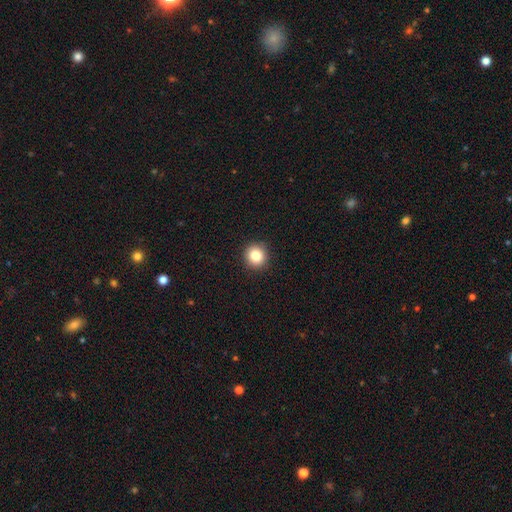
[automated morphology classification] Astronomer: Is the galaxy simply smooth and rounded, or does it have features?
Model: smooth — 83%.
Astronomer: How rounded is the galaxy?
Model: round — 93%.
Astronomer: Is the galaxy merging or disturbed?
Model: none — 92%.